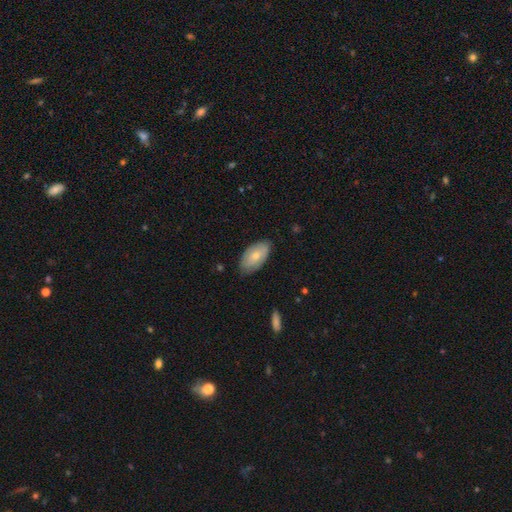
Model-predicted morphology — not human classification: smooth-or-featured: smooth: 64% | featured or disk: 31% | star or artifact: 6%
  how-rounded: in between: 94% | round: 4% | cigar-shaped: 2%
  merging: none: 76% | minor disturbance: 20% | major disturbance: 3% | merger: 1%